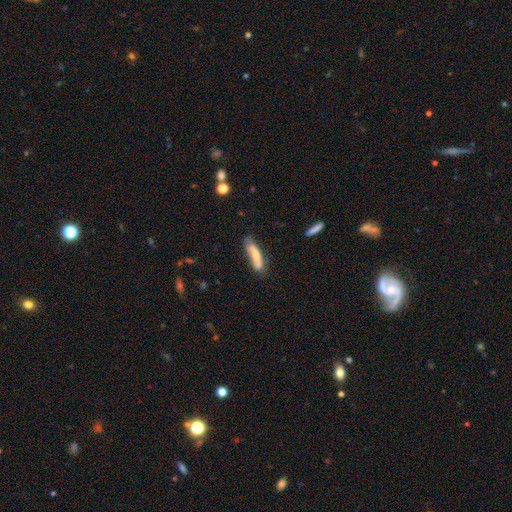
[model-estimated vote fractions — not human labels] smooth_or_featured: smooth (p=0.63) [alt: featured or disk p=0.30]
how_rounded: cigar-shaped (p=0.67) [alt: in between p=0.32]
merging: none (p=0.56) [alt: minor disturbance p=0.29]